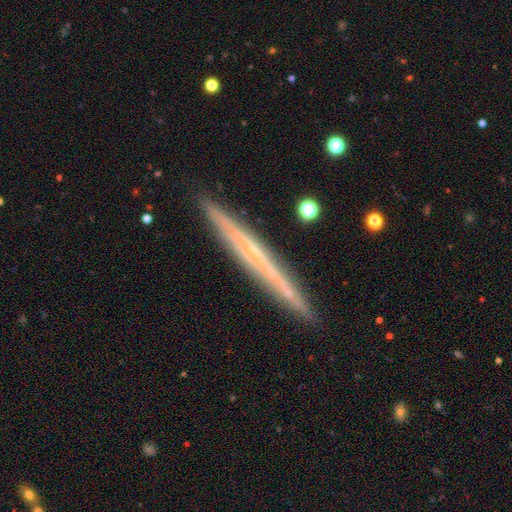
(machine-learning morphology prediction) A featured or disk galaxy (66%) viewed edge-on (96%) with no central bulge (75%). Merging: none (89%).